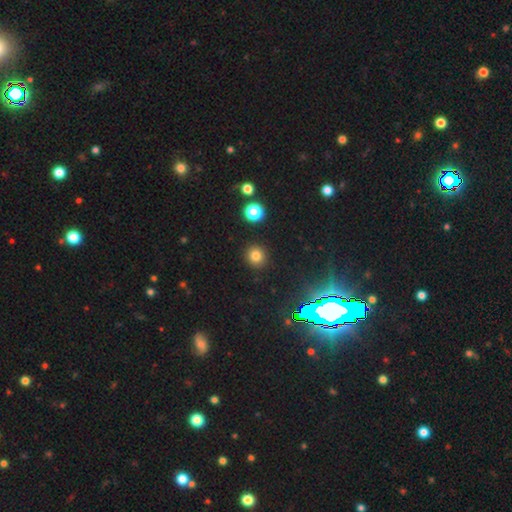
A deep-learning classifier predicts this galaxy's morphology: Smooth or featured? smooth (77%)
How rounded? round (91%)
Merging? none (90%)